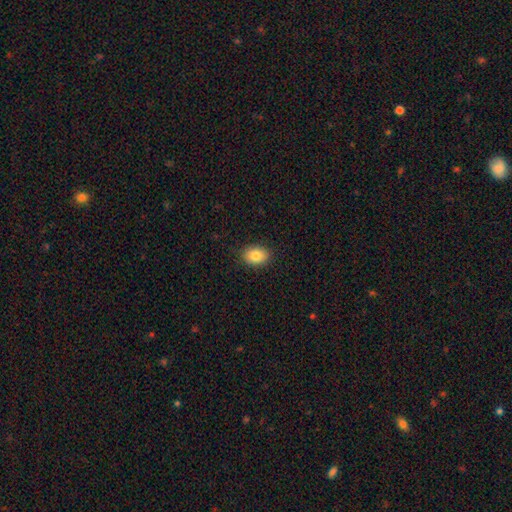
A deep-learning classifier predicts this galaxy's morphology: Smooth or featured?
  - smooth: 85% *
  - star or artifact: 8%
  - featured or disk: 6%
How rounded?
  - in between: 76% *
  - round: 23%
  - cigar-shaped: 1%
Merging?
  - none: 89% *
  - minor disturbance: 8%
  - major disturbance: 2%
  - merger: 1%